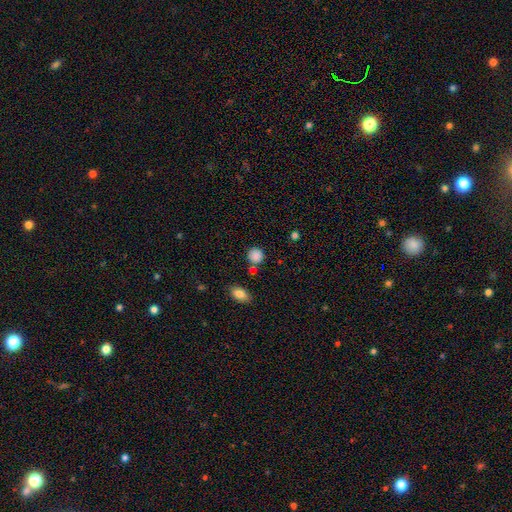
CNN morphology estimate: A smooth galaxy with no disk features (86%) that is round (86%). Merging: none (74%).